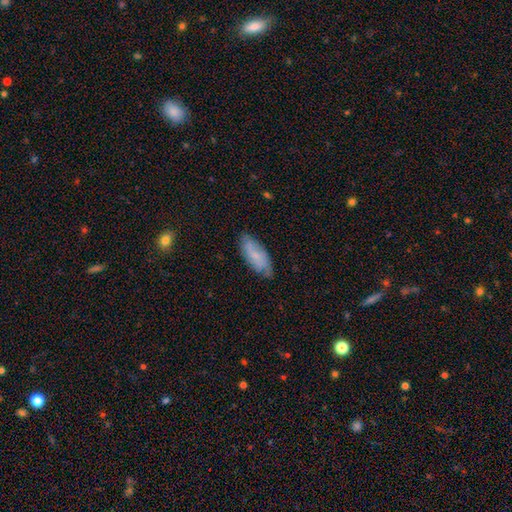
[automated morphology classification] type=smooth (58%); roundness=in between (79%); merging=none (71%).